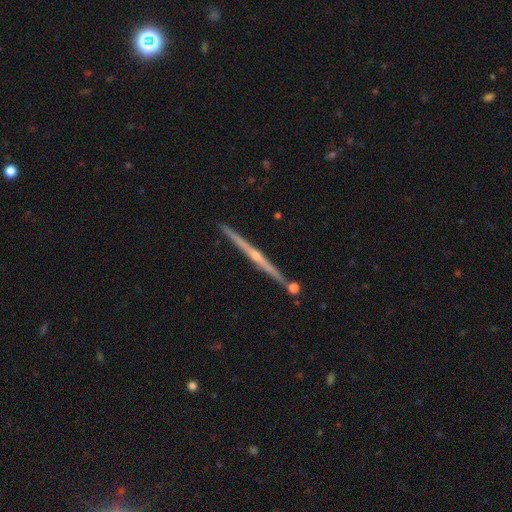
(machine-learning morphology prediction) The model was most divided on "edge-on bulge": rounded: 73%, none: 22%, boxy: 5%. More confident: edge-on disk — yes (99%); merging — none (89%); smooth or featured — featured or disk (83%).